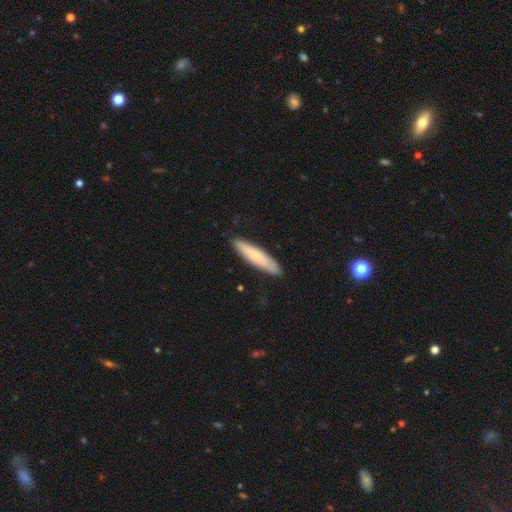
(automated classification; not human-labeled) Q: Smooth or featured?
A: smooth (71%); runner-up: featured or disk (24%)
Q: How rounded?
A: cigar-shaped (83%); runner-up: in between (15%)
Q: Merging?
A: none (88%); runner-up: minor disturbance (10%)